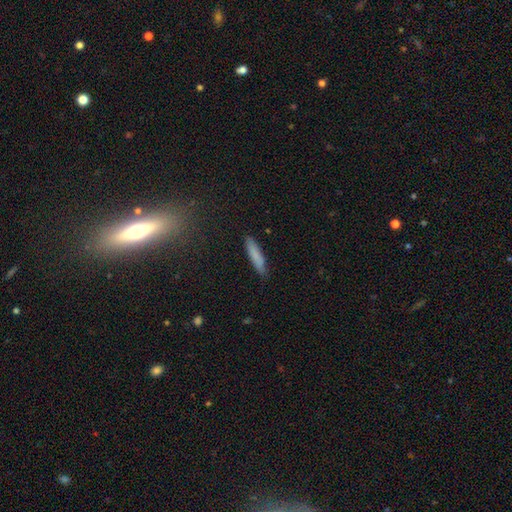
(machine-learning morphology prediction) A smooth galaxy with no disk features (82%) that is cigar-shaped (85%). Merging: none (87%).